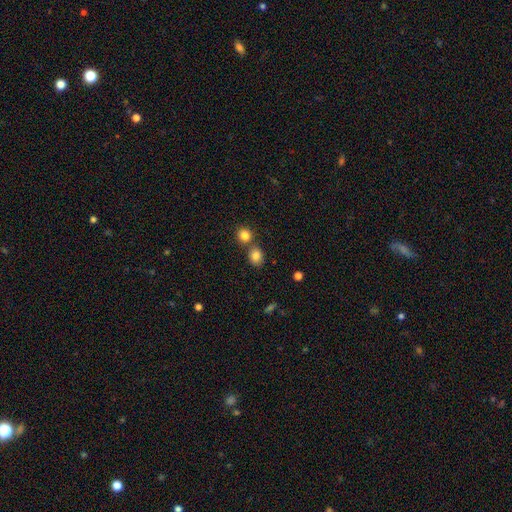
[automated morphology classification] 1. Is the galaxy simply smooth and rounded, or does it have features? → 83% smooth, 11% star or artifact, 6% featured or disk.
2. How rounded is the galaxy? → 57% round, 42% in between, 1% cigar-shaped.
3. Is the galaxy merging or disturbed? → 62% none, 26% merger, 9% minor disturbance, 3% major disturbance.